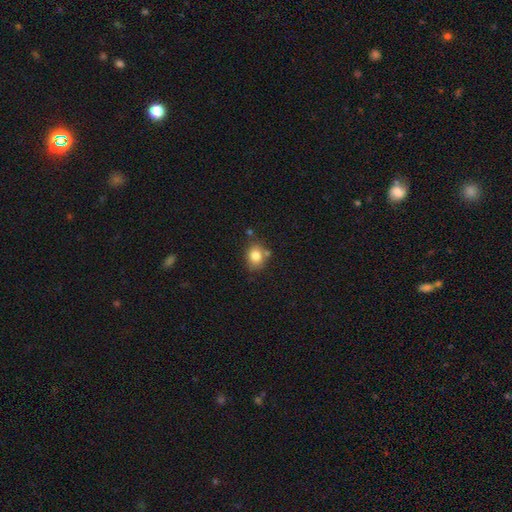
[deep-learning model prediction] A smooth galaxy with no disk features (82%) that is round (56%).

Vote fractions:
- Smooth or featured? smooth: 82% / star or artifact: 10% / featured or disk: 8%
- How rounded? round: 56% / in between: 43% / cigar-shaped: 1%
- Merging? none: 68% / minor disturbance: 17% / merger: 12% / major disturbance: 4%